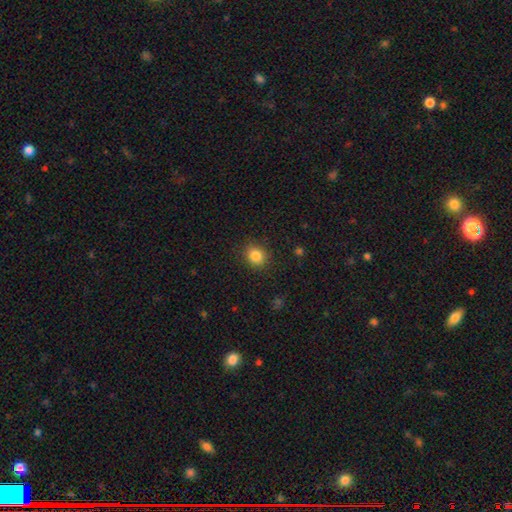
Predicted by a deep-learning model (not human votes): smooth 84%, star or artifact 11%, featured or disk 5%. Down the decision tree: how rounded — round (69%); merging — none (87%).